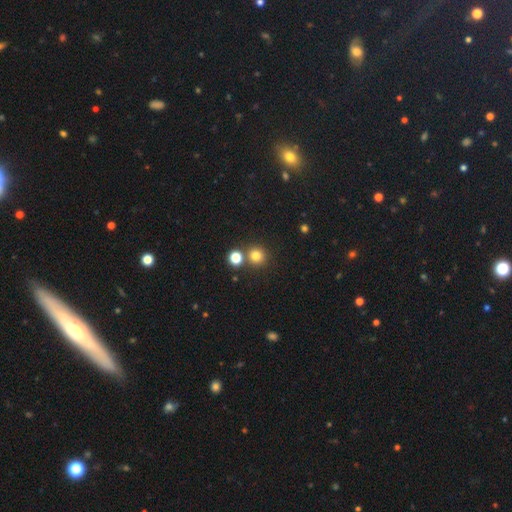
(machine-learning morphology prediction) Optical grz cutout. It shows a smooth galaxy with no disk features (78%) that is round (93%). Merging: none (77%).